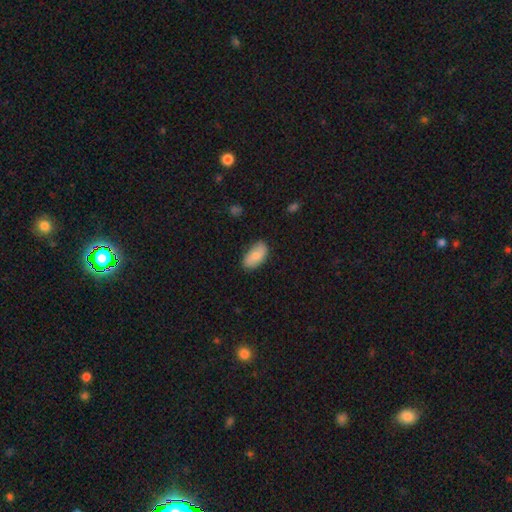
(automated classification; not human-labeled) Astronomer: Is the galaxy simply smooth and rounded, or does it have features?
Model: smooth — 77%.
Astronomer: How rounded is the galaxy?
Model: in between — 94%.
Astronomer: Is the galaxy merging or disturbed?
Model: none — 79%.